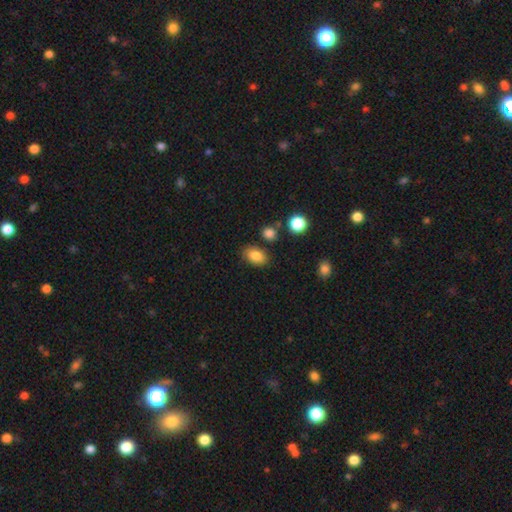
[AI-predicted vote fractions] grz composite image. It shows a smooth galaxy with no disk features (84%) that is in between round and cigar-shaped (85%). Merging: none (80%).